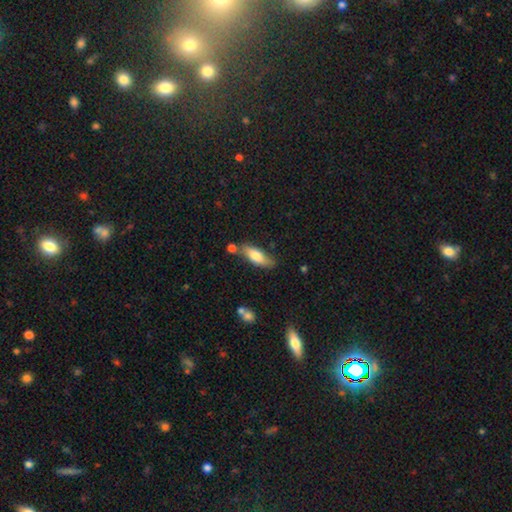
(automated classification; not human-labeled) Smooth or featured: smooth — 72% (featured or disk — 22%)
How rounded: in between — 65% (cigar-shaped — 33%)
Merging: none — 72% (minor disturbance — 16%)